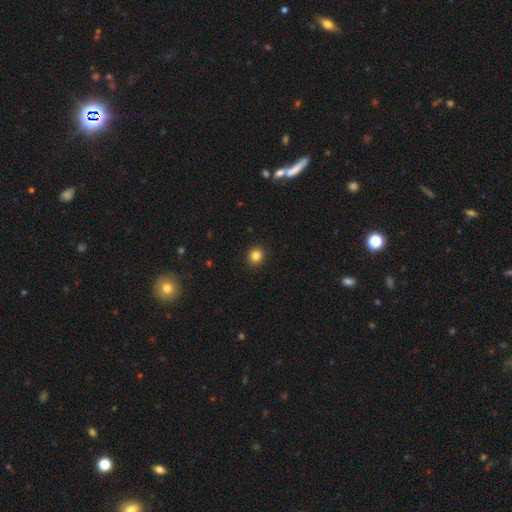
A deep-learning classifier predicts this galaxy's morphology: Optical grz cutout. It shows a smooth galaxy with no disk features (84%) that is round (85%). Merging: none (92%).